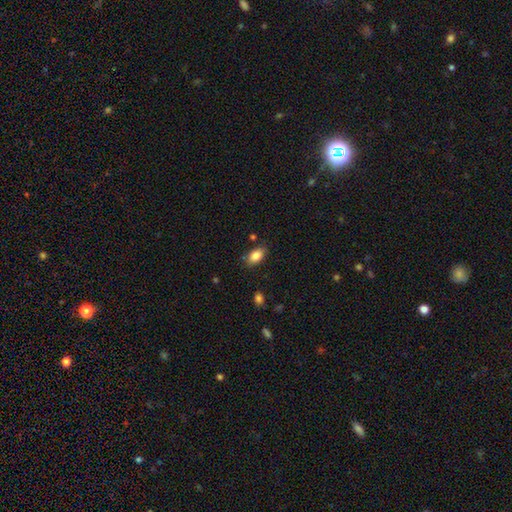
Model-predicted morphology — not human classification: This is clearly a smooth galaxy (85%). How rounded: clearly in between (90%). Merging: likely none (78%).